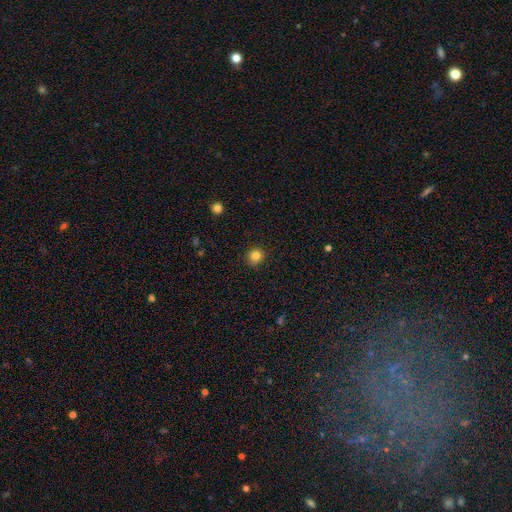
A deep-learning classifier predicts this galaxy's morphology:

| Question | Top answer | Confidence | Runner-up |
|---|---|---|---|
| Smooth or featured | smooth | 83% | star or artifact (12%) |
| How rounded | round | 87% | in between (12%) |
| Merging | none | 88% | minor disturbance (9%) |